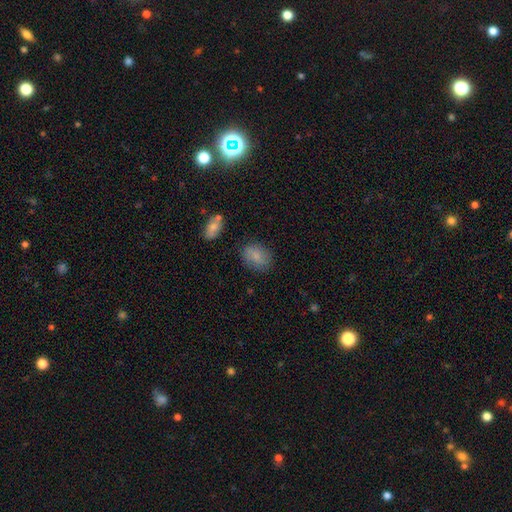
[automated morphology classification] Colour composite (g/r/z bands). It shows a smooth galaxy with no disk features (81%) that is in between round and cigar-shaped (60%). Merging: none (79%).